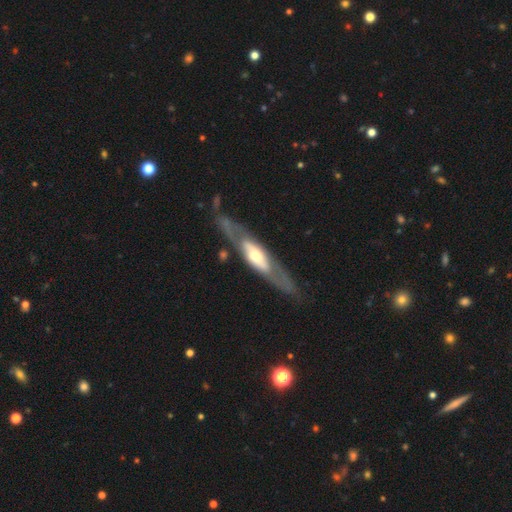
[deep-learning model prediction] Q: Smooth or featured?
A: featured or disk (70%); runner-up: smooth (26%)
Q: Edge-on disk?
A: no (56%); runner-up: yes (44%)
Q: Merging?
A: none (68%); runner-up: minor disturbance (17%)